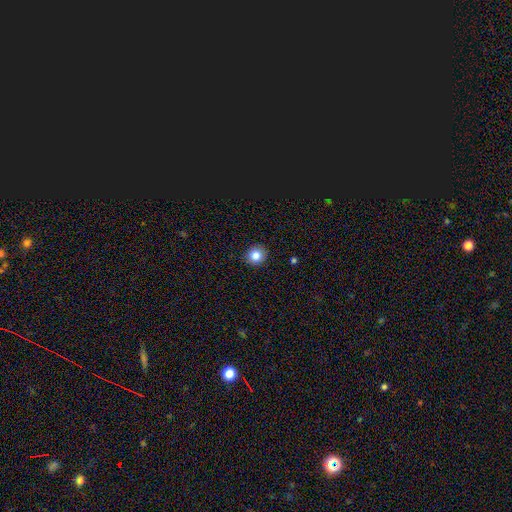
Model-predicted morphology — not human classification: This is clearly a smooth galaxy (84%). How rounded: clearly round (87%). Merging: clearly none (91%).